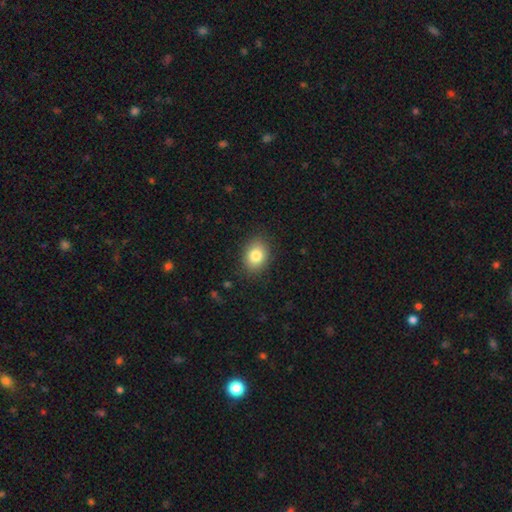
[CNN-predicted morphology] smooth 83%, star or artifact 9%, featured or disk 8%. Down the decision tree: how rounded — in between (64%); merging — none (87%).